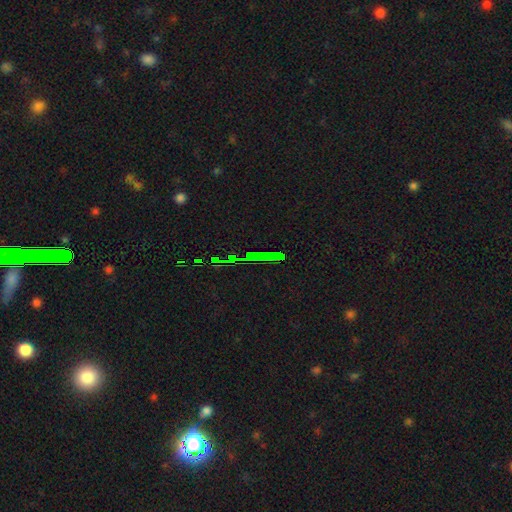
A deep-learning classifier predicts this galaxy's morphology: Overall: star or artifact (58%; featured or disk 21%).